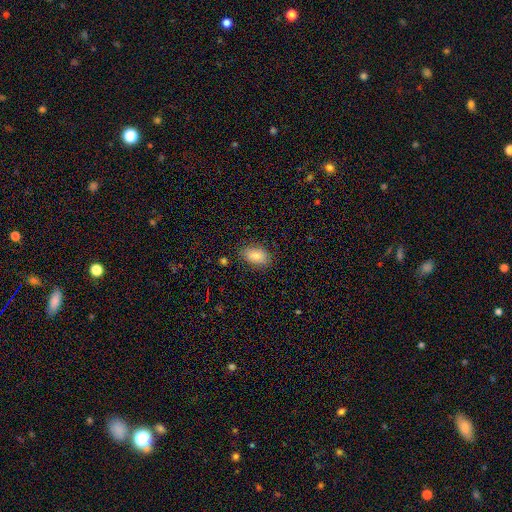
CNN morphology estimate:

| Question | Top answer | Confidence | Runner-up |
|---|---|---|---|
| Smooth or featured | smooth | 80% | featured or disk (11%) |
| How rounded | in between | 89% | round (9%) |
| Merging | none | 84% | minor disturbance (12%) |